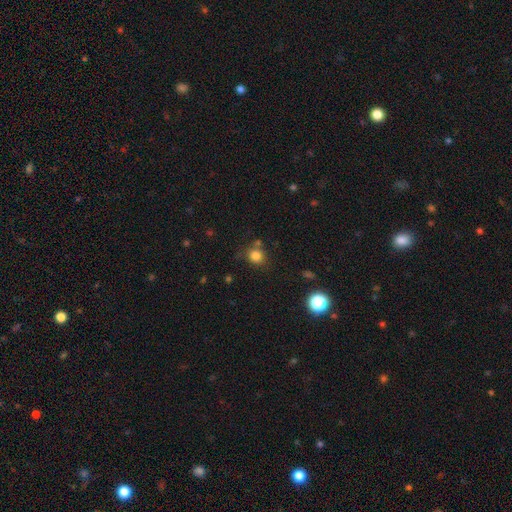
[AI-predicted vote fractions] This appears to be a smooth galaxy with no disk features (81%) that is round (82%). Merging: none (72%).